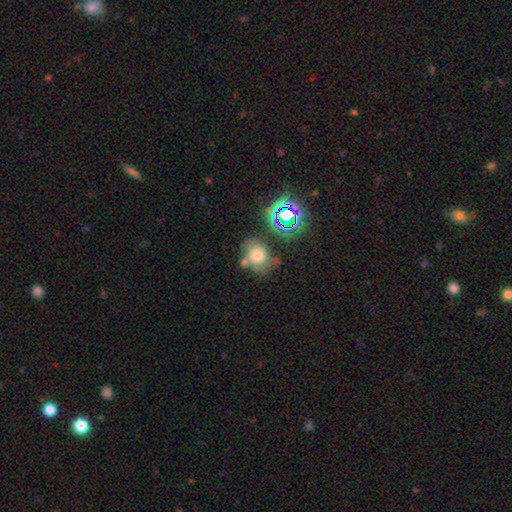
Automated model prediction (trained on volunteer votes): Smooth or featured? smooth (61%)
How rounded? in between (54%)
Merging? none (51%)